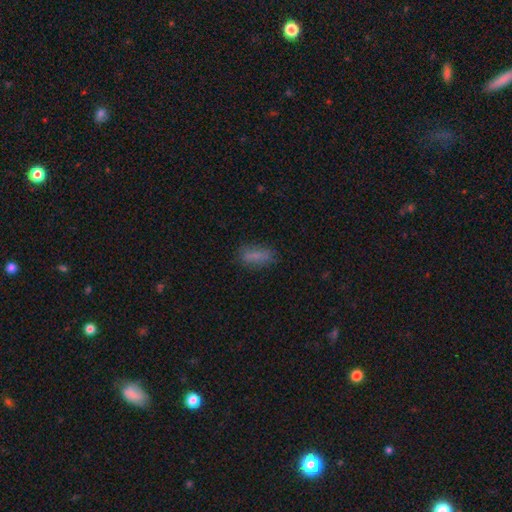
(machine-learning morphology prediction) smooth_or_featured: smooth (p=0.80) [alt: star or artifact p=0.11]
how_rounded: in between (p=0.68) [alt: cigar-shaped p=0.28]
merging: none (p=0.77) [alt: minor disturbance p=0.16]